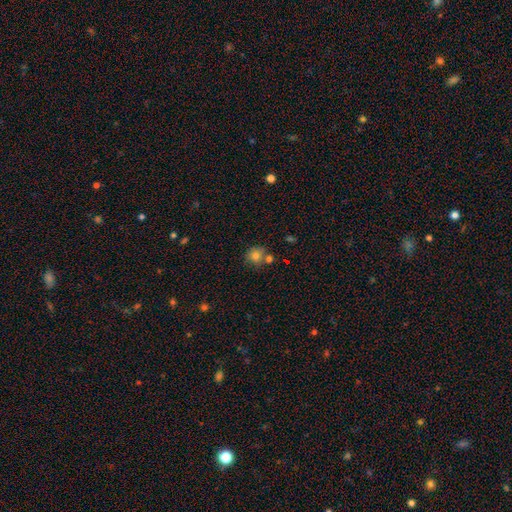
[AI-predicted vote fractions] This appears to be a smooth galaxy with no disk features (77%) that is round (85%). Merging: none (64%).